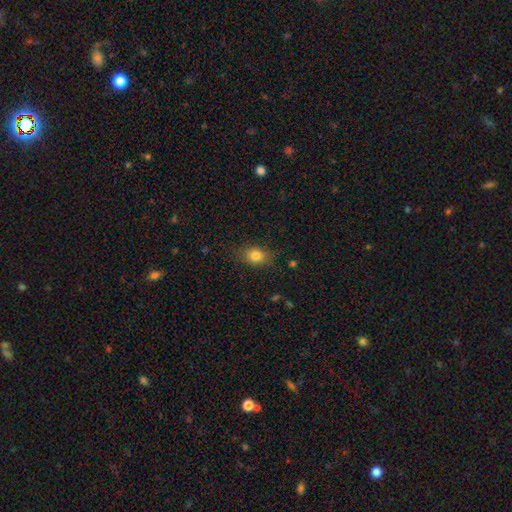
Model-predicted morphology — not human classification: Q: Smooth or featured?
A: smooth (81%); runner-up: star or artifact (11%)
Q: How rounded?
A: in between (63%); runner-up: round (35%)
Q: Merging?
A: none (79%); runner-up: minor disturbance (15%)